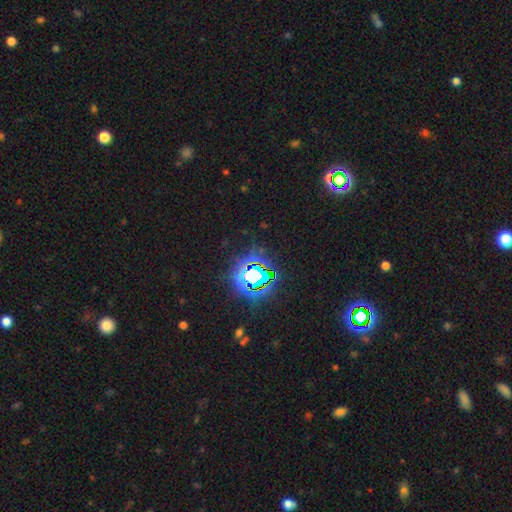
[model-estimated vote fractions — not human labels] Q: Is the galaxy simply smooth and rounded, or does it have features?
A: star or artifact — 81%.